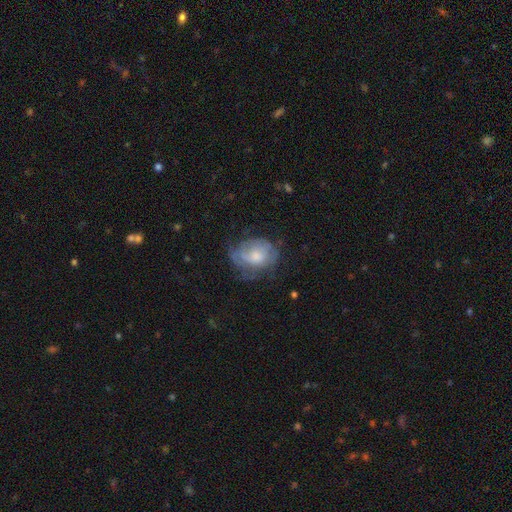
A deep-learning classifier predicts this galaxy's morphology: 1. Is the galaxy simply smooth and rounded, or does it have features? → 48% featured or disk, 43% smooth, 8% star or artifact.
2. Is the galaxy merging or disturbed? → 46% none, 30% minor disturbance, 22% major disturbance, 2% merger.